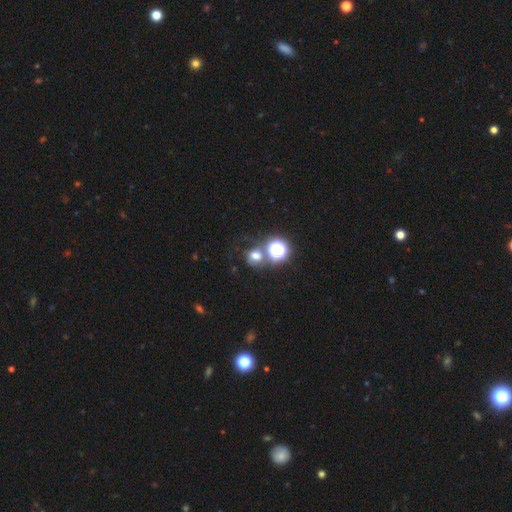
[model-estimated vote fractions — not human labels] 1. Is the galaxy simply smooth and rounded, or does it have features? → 62% smooth, 26% star or artifact, 12% featured or disk.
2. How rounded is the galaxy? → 76% round, 22% in between, 1% cigar-shaped.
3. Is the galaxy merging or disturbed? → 58% none, 22% merger, 12% minor disturbance, 7% major disturbance.